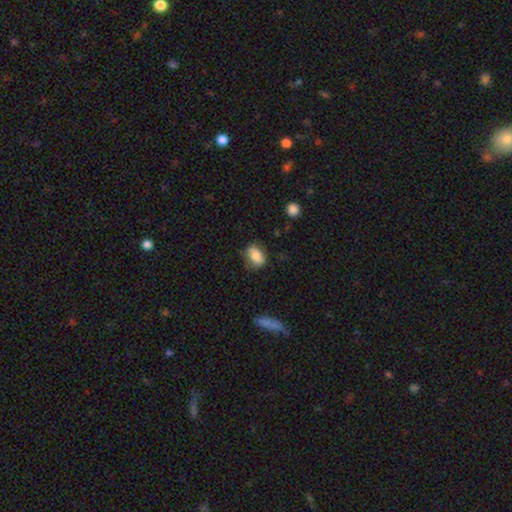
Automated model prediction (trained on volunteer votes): Smooth or featured? smooth (78%)
How rounded? in between (79%)
Merging? none (68%)